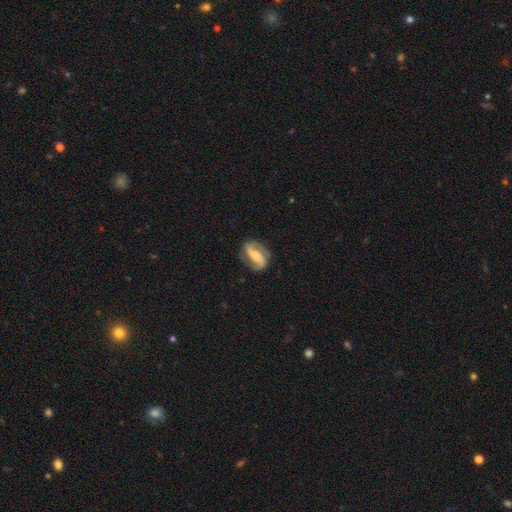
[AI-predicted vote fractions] Morphology: type=featured or disk (84%); edge-on=no (97%); bar=strong (45%); spiral arms=yes (96%); winding=medium (48%); arm count=2 (91%); bulge=moderate (42%); merging=none (80%).